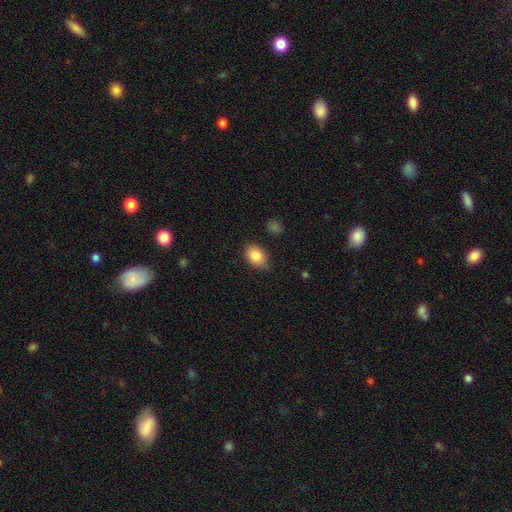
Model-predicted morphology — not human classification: Overall: smooth (83%). How rounded: in between (71%). Merging: none (70%).